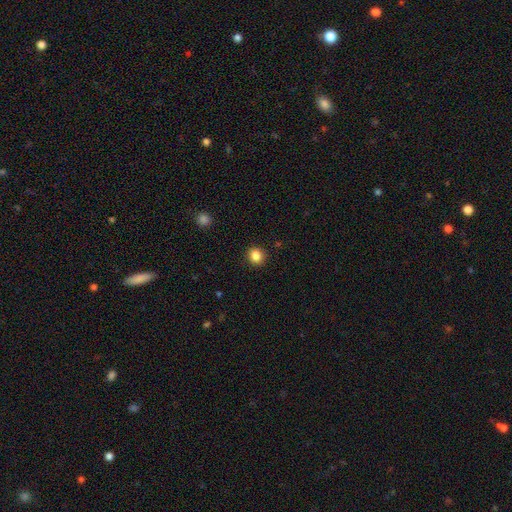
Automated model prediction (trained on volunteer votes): Smooth or featured: smooth — 85% (star or artifact — 11%)
How rounded: round — 88% (in between — 11%)
Merging: none — 92% (minor disturbance — 5%)